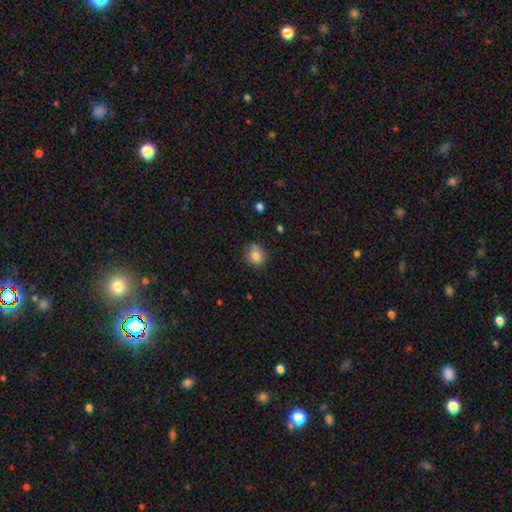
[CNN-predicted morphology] Smooth or featured? Predicted: smooth (p=0.81). How rounded? Predicted: round (p=0.71). Merging? Predicted: none (p=0.71).